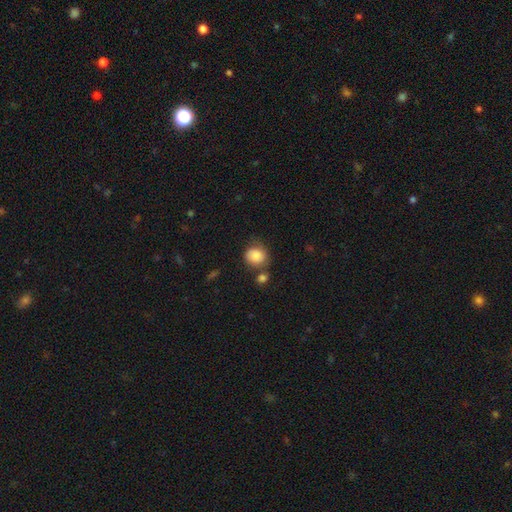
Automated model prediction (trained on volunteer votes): Smooth or featured: smooth — 83% (featured or disk — 9%)
How rounded: round — 77% (in between — 22%)
Merging: none — 54% (minor disturbance — 22%)